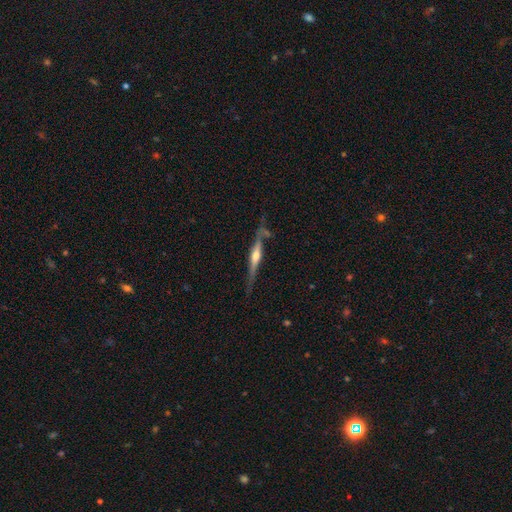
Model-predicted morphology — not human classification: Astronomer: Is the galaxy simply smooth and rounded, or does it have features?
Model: featured or disk — 74%.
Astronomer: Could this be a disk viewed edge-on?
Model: yes — 96%.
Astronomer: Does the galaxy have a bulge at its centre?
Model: rounded — 83%.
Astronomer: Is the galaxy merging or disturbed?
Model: none — 67%.